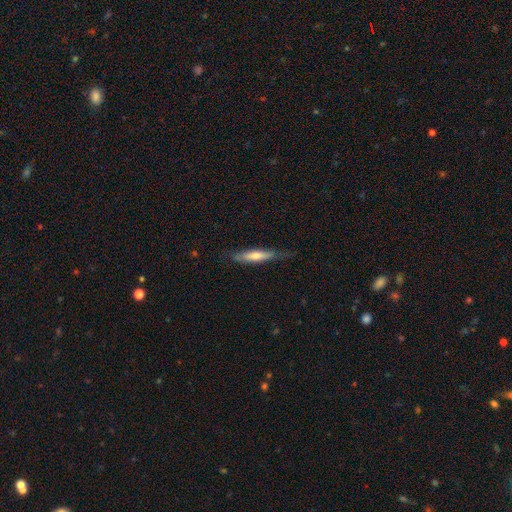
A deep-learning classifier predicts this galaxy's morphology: Smooth or featured? Predicted: smooth (p=0.52). How rounded? Predicted: cigar-shaped (p=0.86). Merging? Predicted: none (p=0.73).